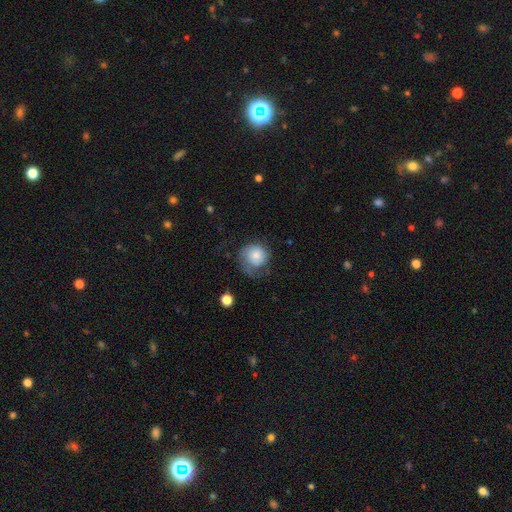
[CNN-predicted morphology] Smooth or featured? smooth (60%)
How rounded? round (84%)
Merging? none (44%)